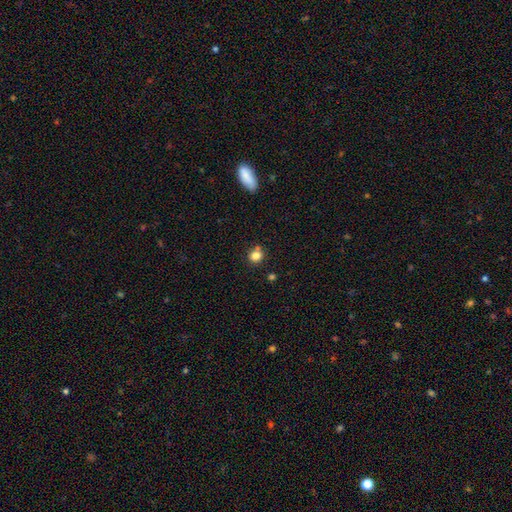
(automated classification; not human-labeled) This is clearly a smooth galaxy (81%). How rounded: clearly round (84%). Merging: likely none (73%).